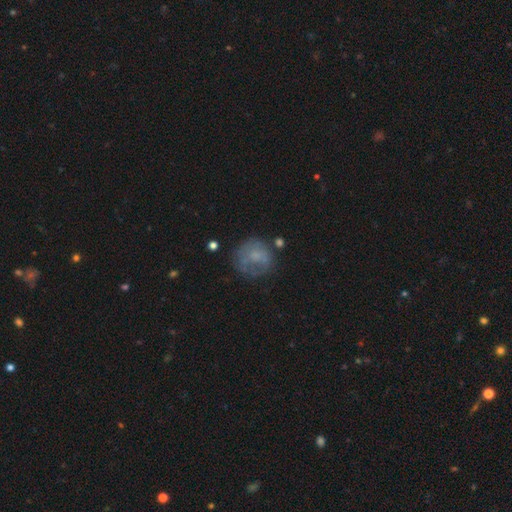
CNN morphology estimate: smooth 55%, featured or disk 34%, star or artifact 12%. Down the decision tree: how rounded — round (82%); merging — none (55%).